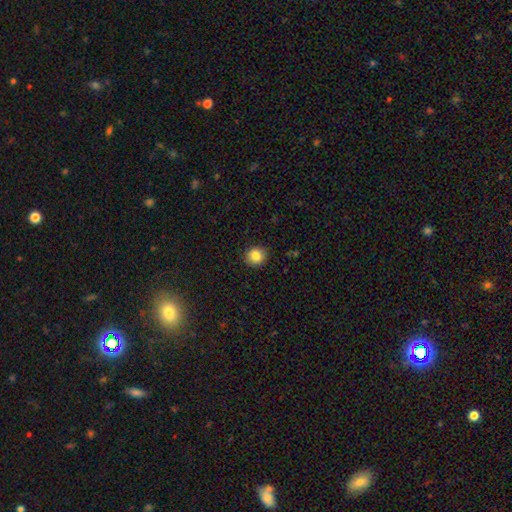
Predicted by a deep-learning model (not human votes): smooth 85%, star or artifact 10%, featured or disk 5%. Down the decision tree: how rounded — round (85%); merging — none (90%).